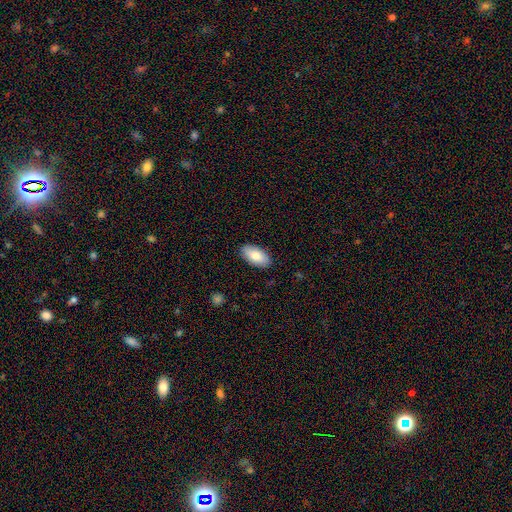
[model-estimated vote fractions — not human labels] Overall: smooth (79%). How rounded: in between (94%). Merging: none (89%).